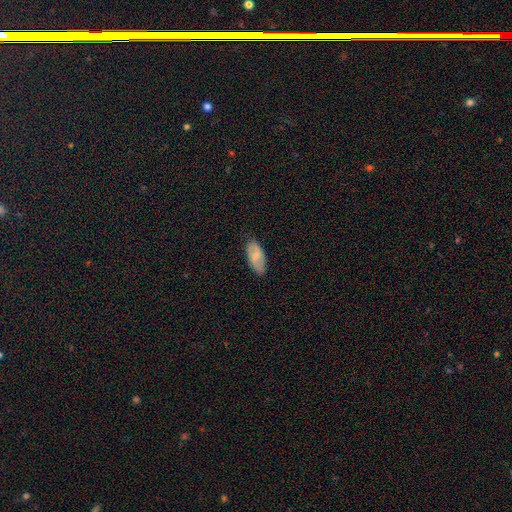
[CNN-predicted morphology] A smooth galaxy with no disk features (61%) that is in between round and cigar-shaped (91%).

Vote fractions:
- Smooth or featured? smooth: 61% / featured or disk: 32% / star or artifact: 6%
- How rounded? in between: 91% / cigar-shaped: 6% / round: 3%
- Merging? none: 81% / minor disturbance: 15% / major disturbance: 3% / merger: 1%